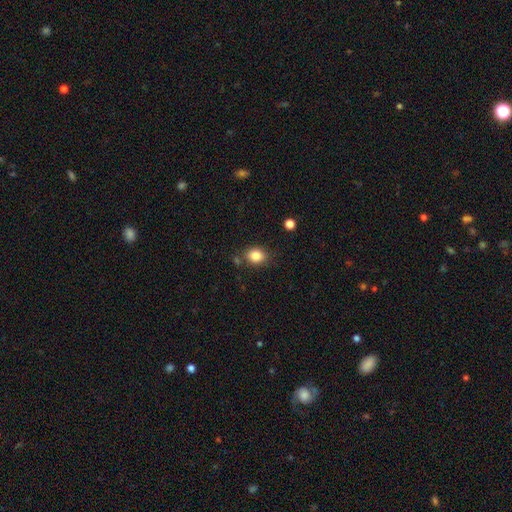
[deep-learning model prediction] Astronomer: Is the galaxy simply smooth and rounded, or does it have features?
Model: smooth — 85%.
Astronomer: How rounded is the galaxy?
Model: round — 50% (runner-up: in between, 49%).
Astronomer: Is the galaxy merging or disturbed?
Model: none — 78%.